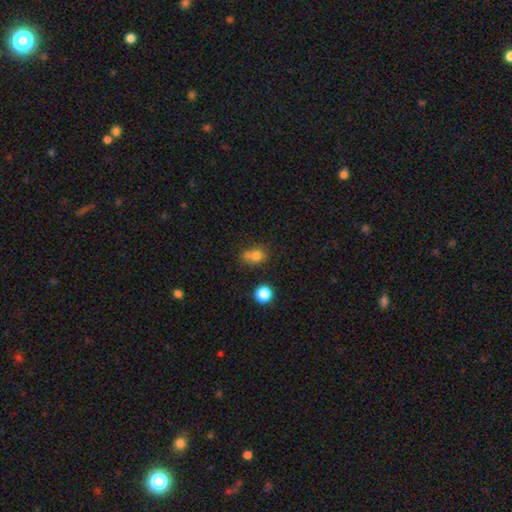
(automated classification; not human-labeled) Smooth or featured?
  - smooth: 73% *
  - star or artifact: 15%
  - featured or disk: 12%
How rounded?
  - round: 54% *
  - in between: 44%
  - cigar-shaped: 2%
Merging?
  - none: 45% *
  - merger: 28%
  - minor disturbance: 18%
  - major disturbance: 8%